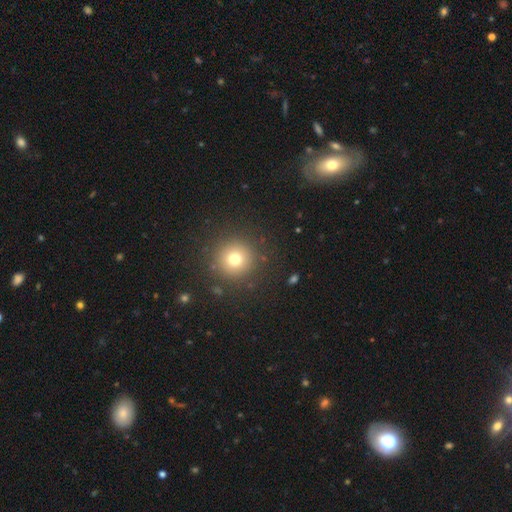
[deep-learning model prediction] A smooth galaxy with no disk features (55%) that is round (92%).

Vote fractions:
- Smooth or featured? smooth: 55% / star or artifact: 34% / featured or disk: 11%
- How rounded? round: 92% / in between: 6% / cigar-shaped: 1%
- Merging? none: 89% / minor disturbance: 6% / merger: 3% / major disturbance: 2%